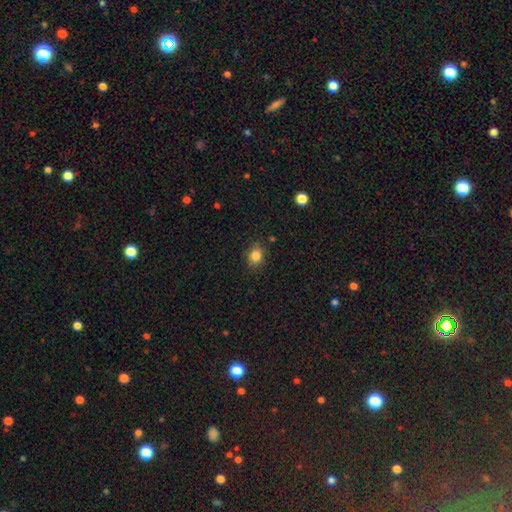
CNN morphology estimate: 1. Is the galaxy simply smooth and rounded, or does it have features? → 83% smooth, 11% star or artifact, 6% featured or disk.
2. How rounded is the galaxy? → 53% in between, 46% round, 1% cigar-shaped.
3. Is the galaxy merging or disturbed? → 84% none, 12% minor disturbance, 3% major disturbance, 2% merger.